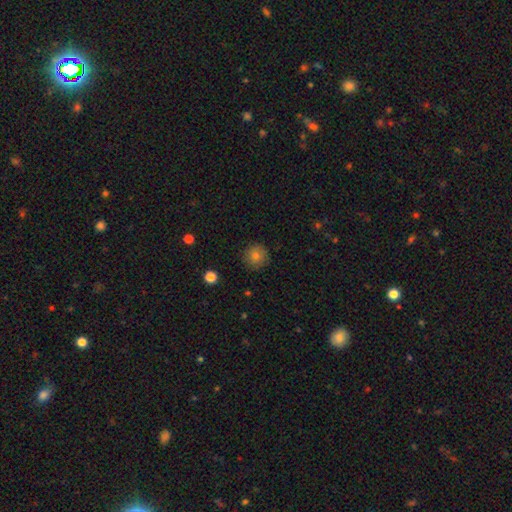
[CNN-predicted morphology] A smooth galaxy with no disk features (79%) that is round (95%).

Vote fractions:
- Smooth or featured? smooth: 79% / star or artifact: 12% / featured or disk: 10%
- How rounded? round: 95% / in between: 4% / cigar-shaped: 1%
- Merging? none: 89% / minor disturbance: 8% / major disturbance: 2% / merger: 1%